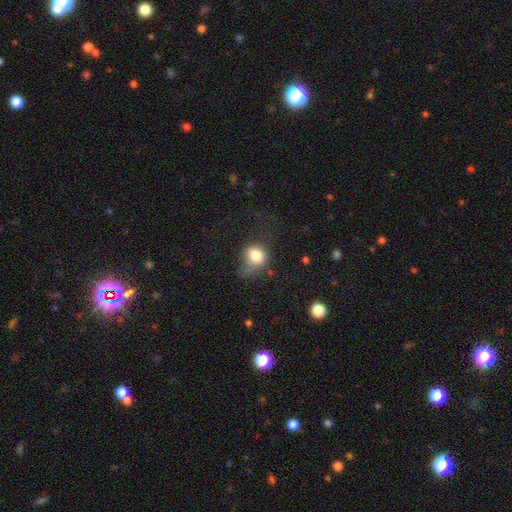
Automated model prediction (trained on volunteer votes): Overall: smooth (79%). How rounded: in between (54%; round 45%). Merging: major disturbance (34%; minor disturbance 32%).